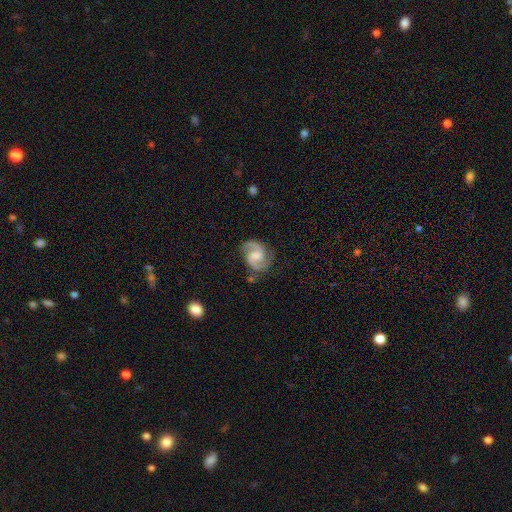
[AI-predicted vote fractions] This appears to be a featured or disk galaxy (87%) with a weak bar (50%), 2 (93%) medium (59%) spiral arms (98%) and a moderate central bulge (42%). Merging: none (78%).